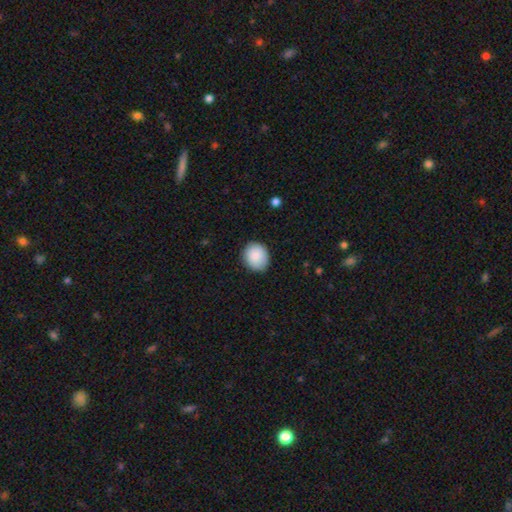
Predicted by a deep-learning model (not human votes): Smooth or featured? smooth (88%)
How rounded? round (69%)
Merging? none (88%)